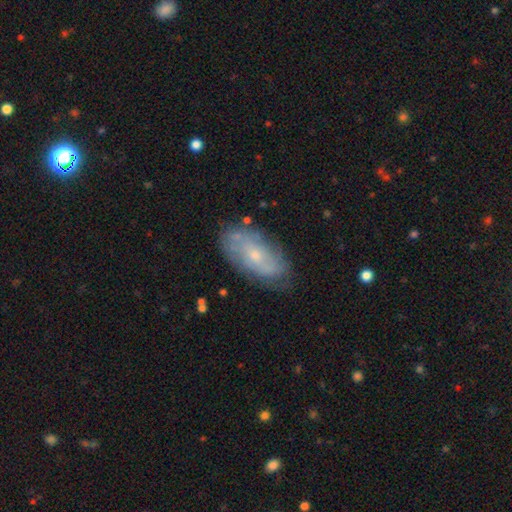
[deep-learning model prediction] Smooth or featured: featured or disk — 57% (smooth — 36%)
Edge-on disk: no — 91% (yes — 9%)
Bar: no — 72% (weak — 24%)
Spiral arms: yes — 69% (no — 31%)
Bulge size: small — 66% (moderate — 29%)
Merging: none — 71% (minor disturbance — 21%)